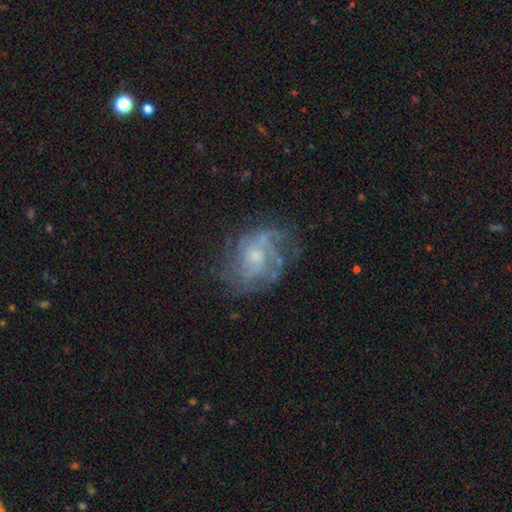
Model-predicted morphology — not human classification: Smooth or featured?
  - featured or disk: 77% *
  - smooth: 14%
  - star or artifact: 9%
Edge-on disk?
  - no: 97% *
  - yes: 3%
Bar?
  - no: 68% *
  - weak: 28%
  - strong: 4%
Spiral arms?
  - yes: 86% *
  - no: 14%
Spiral winding?
  - medium: 42% *
  - tight: 39%
  - loose: 19%
Spiral arm count?
  - can't tell: 41% *
  - 3: 18%
  - 2: 17%
  - 4: 12%
  - more than 4: 6%
  - 1: 6%
Bulge size?
  - small: 54% *
  - moderate: 33%
  - none: 9%
  - large: 3%
  - dominant: 1%
Merging?
  - none: 65% *
  - minor disturbance: 19%
  - major disturbance: 14%
  - merger: 2%